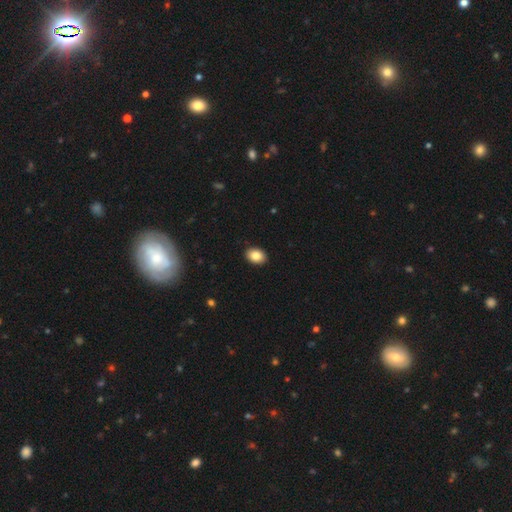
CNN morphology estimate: Smooth or featured: smooth — 86% (star or artifact — 8%)
How rounded: in between — 77% (round — 22%)
Merging: none — 91% (minor disturbance — 7%)